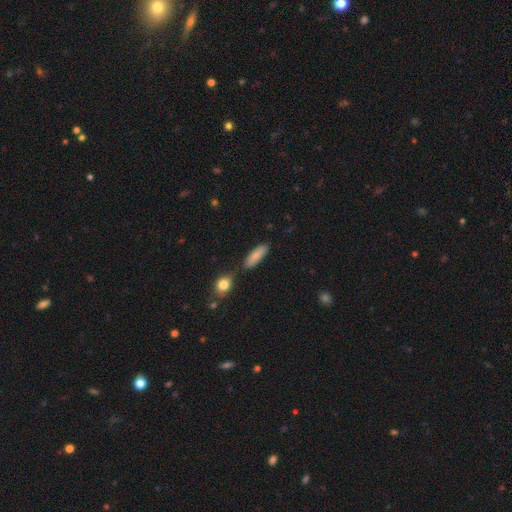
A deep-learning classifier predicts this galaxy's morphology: This appears to be a smooth galaxy with no disk features (84%) that is in between round and cigar-shaped (57%). Merging: none (74%).